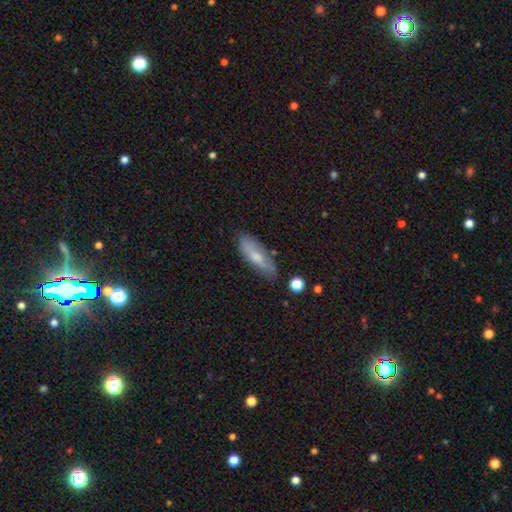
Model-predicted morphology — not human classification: Q: Smooth or featured?
A: smooth (64%); runner-up: featured or disk (29%)
Q: How rounded?
A: in between (56%); runner-up: cigar-shaped (42%)
Q: Merging?
A: none (71%); runner-up: minor disturbance (21%)